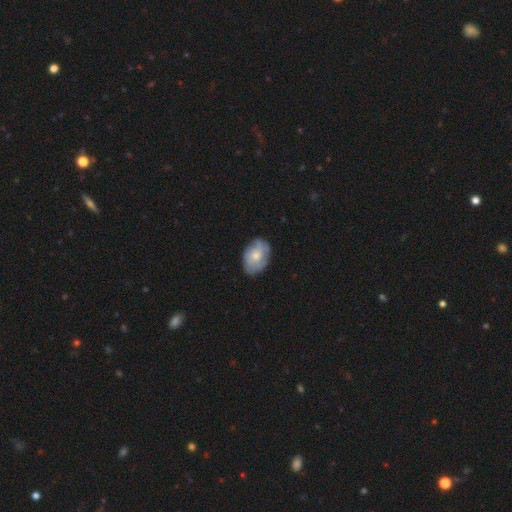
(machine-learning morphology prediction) This is possibly a smooth galaxy (58%). How rounded: likely in between (80%). Merging: likely none (72%).